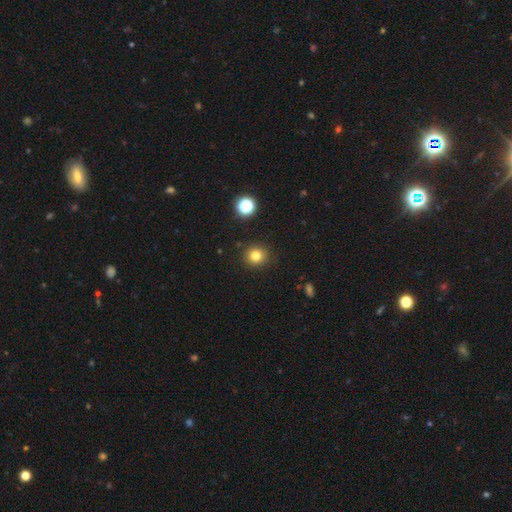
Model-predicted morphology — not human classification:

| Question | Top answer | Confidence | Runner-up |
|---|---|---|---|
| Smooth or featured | smooth | 81% | star or artifact (13%) |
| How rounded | round | 88% | in between (11%) |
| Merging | none | 90% | minor disturbance (6%) |